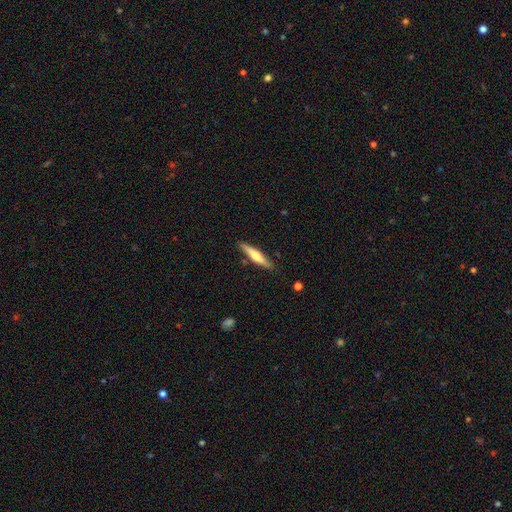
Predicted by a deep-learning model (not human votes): Smooth or featured: smooth — 56% (featured or disk — 39%)
How rounded: cigar-shaped — 87% (in between — 11%)
Merging: none — 83% (minor disturbance — 12%)